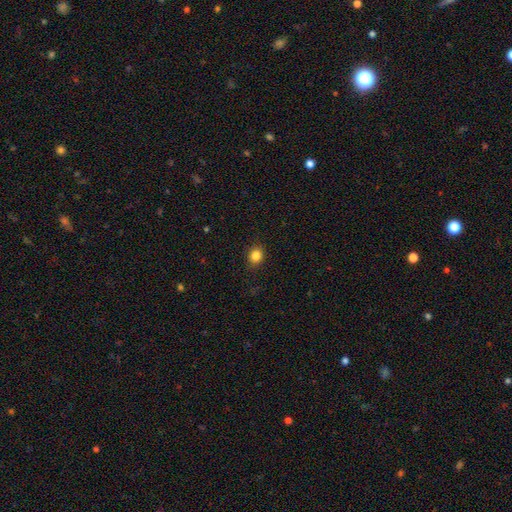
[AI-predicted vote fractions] Overall: smooth (84%). How rounded: round (69%; in between 30%). Merging: none (89%).